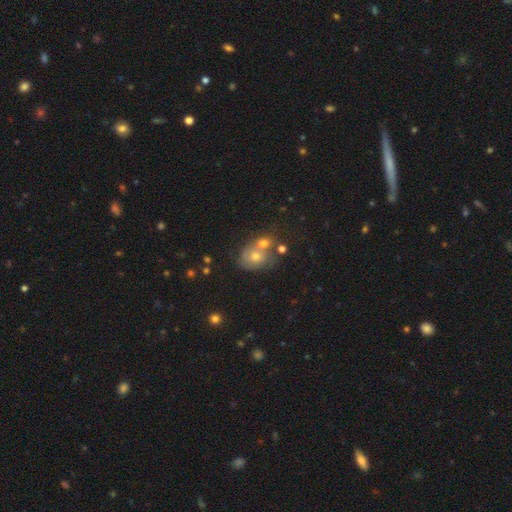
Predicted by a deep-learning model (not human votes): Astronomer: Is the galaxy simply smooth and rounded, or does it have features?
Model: smooth — 57%.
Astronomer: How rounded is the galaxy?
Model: round — 53% (runner-up: in between, 46%).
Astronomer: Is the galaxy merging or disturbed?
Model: merger — 49% (runner-up: none, 32%).